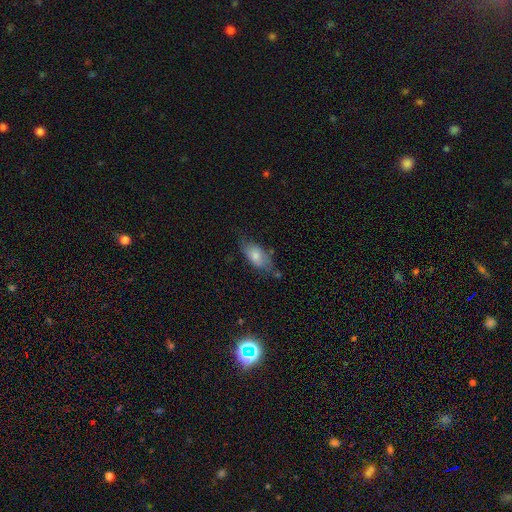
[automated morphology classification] Smooth or featured: smooth — 72% (featured or disk — 21%)
How rounded: in between — 87% (cigar-shaped — 9%)
Merging: none — 57% (minor disturbance — 29%)